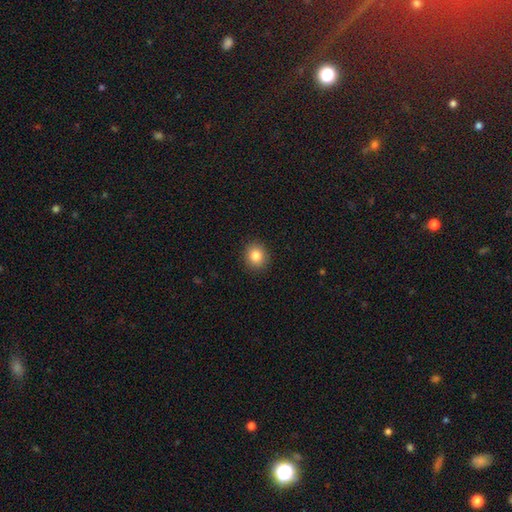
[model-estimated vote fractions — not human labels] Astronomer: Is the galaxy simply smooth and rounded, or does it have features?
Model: smooth — 83%.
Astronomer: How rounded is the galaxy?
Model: round — 85%.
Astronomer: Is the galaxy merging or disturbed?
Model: none — 92%.